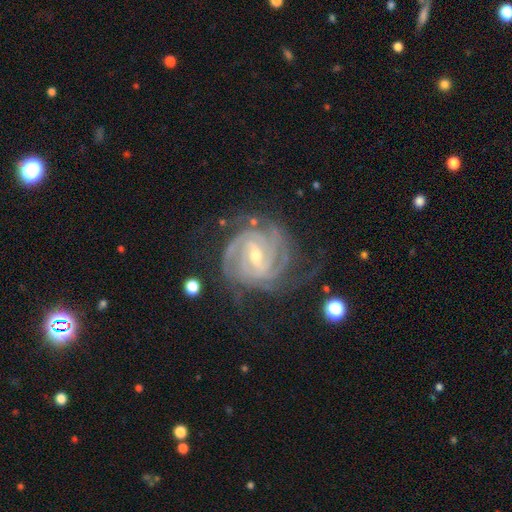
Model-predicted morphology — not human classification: smooth-or-featured: featured or disk: 93% | star or artifact: 4% | smooth: 3%
  disk-edge-on: no: 98% | yes: 2%
    bar: weak: 49% | strong: 37% | no: 13%
    has-spiral-arms: yes: 99% | no: 1%
      spiral-winding: tight: 76% | medium: 22% | loose: 3%
      spiral-arm-count: 3: 30% | 4: 27% | 2: 17% | can't tell: 14% | more than 4: 7% | 1: 6%
    bulge-size: small: 49% | moderate: 48% | large: 2% | none: 1% | dominant: 1%
  merging: none: 70% | minor disturbance: 18% | major disturbance: 9% | merger: 2%